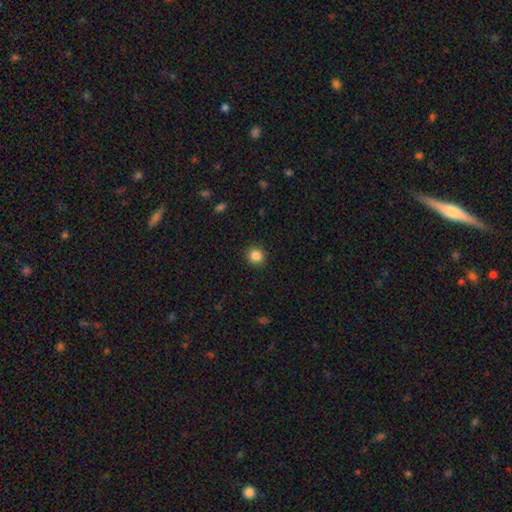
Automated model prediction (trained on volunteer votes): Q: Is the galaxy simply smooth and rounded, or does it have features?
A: smooth — 86%.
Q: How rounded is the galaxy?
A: round — 92%.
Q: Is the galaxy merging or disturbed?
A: none — 92%.